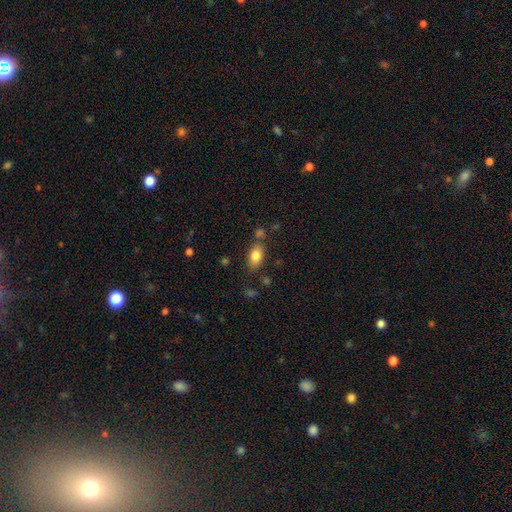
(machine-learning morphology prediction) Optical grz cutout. It shows a smooth galaxy with no disk features (83%) that is in between round and cigar-shaped (89%). Merging: none (72%).